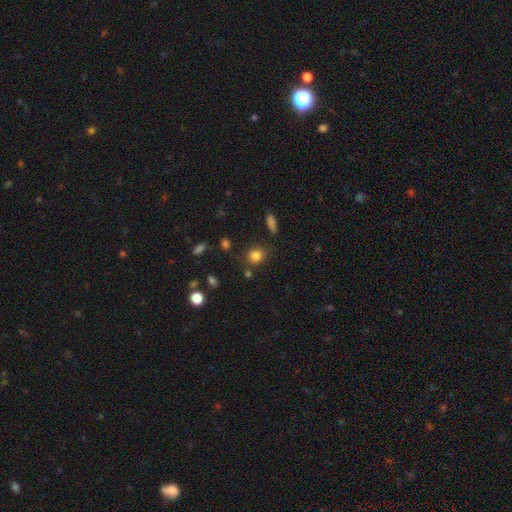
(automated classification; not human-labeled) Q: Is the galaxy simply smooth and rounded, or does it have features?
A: smooth — 82%.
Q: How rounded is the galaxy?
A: round — 73%.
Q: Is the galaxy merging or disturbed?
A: none — 79%.